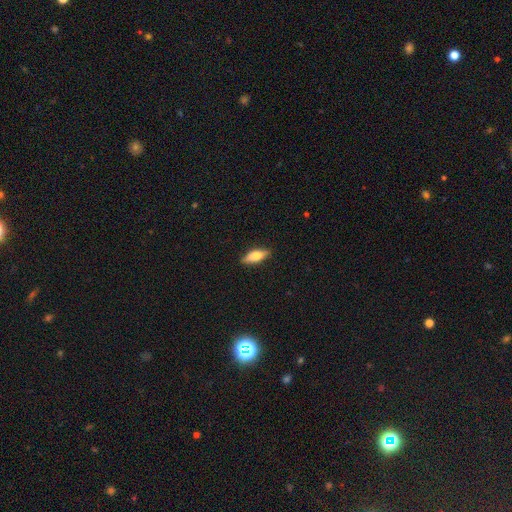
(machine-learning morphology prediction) A smooth galaxy with no disk features (65%) that is in between round and cigar-shaped (62%). Merging: none (88%).